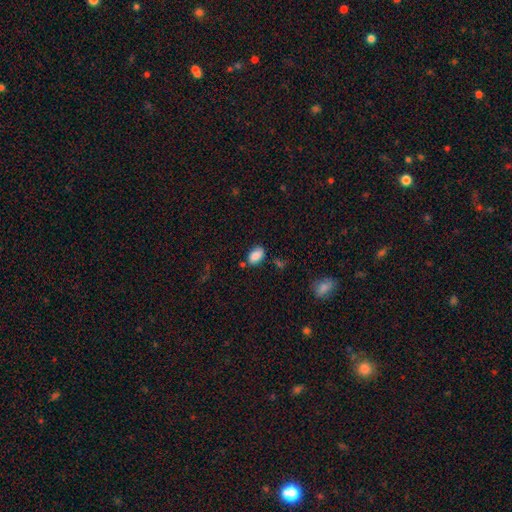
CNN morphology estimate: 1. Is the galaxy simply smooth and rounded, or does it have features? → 87% smooth, 8% star or artifact, 5% featured or disk.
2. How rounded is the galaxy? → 91% in between, 8% round, 2% cigar-shaped.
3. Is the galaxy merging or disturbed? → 74% none, 17% minor disturbance, 6% merger, 4% major disturbance.